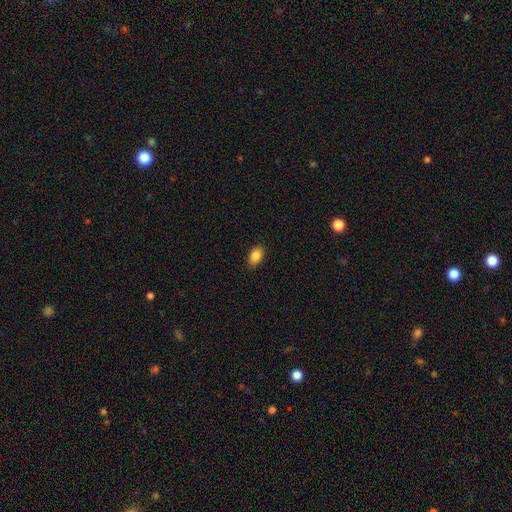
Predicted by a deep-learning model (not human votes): The model was most divided on "merging": none: 87%, minor disturbance: 10%, major disturbance: 2%, merger: 1%. More confident: how rounded — in between (88%); smooth or featured — smooth (86%).